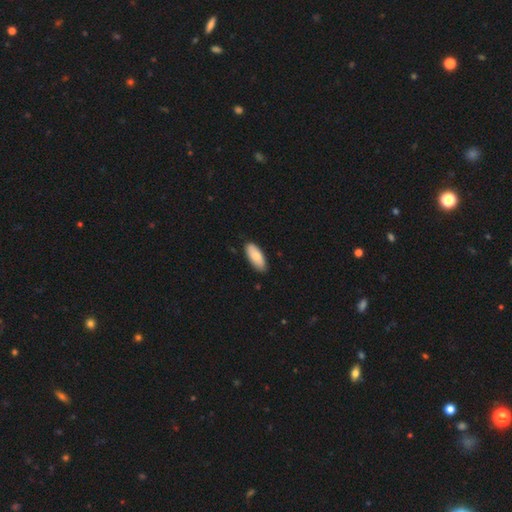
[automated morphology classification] type=smooth (82%); roundness=in between (82%); merging=none (85%).